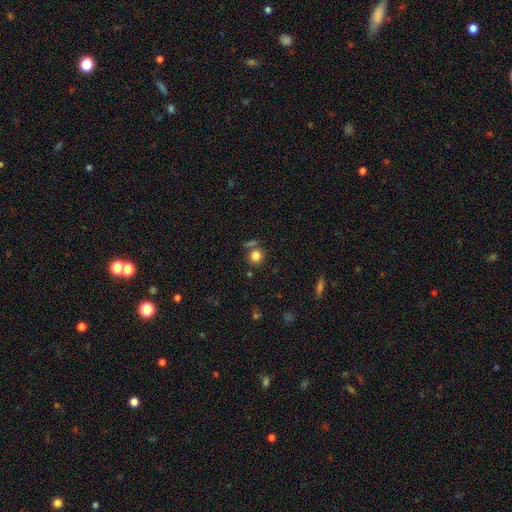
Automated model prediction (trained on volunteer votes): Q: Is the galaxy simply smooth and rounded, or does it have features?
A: smooth — 82%.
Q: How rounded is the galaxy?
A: round — 87%.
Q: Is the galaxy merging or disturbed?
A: none — 72%.